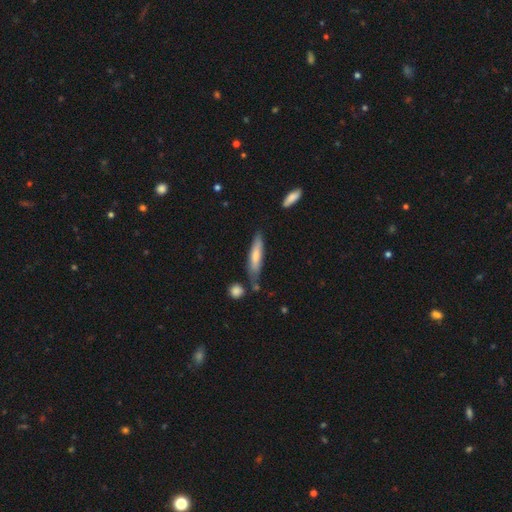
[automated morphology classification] Smooth or featured? smooth (69%)
How rounded? cigar-shaped (80%)
Merging? none (67%)